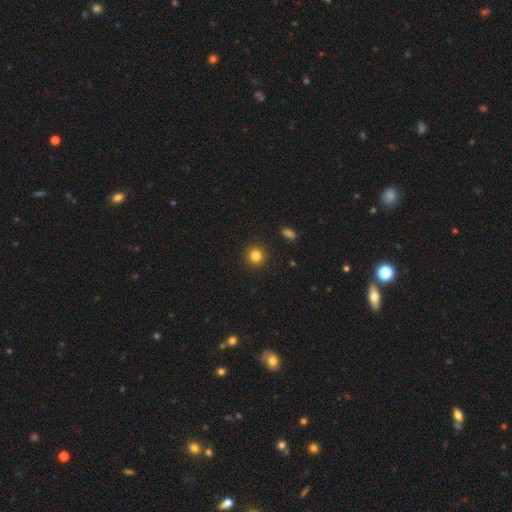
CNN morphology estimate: A smooth galaxy with no disk features (83%) that is round (94%). Merging: none (92%).